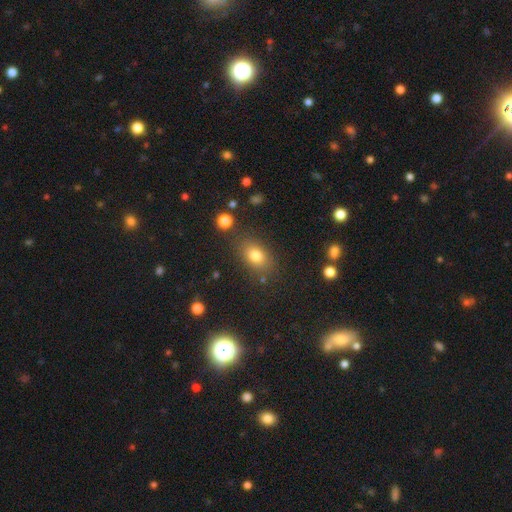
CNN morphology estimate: This is likely a smooth galaxy (77%). How rounded: likely in between (73%). Merging: likely none (79%).